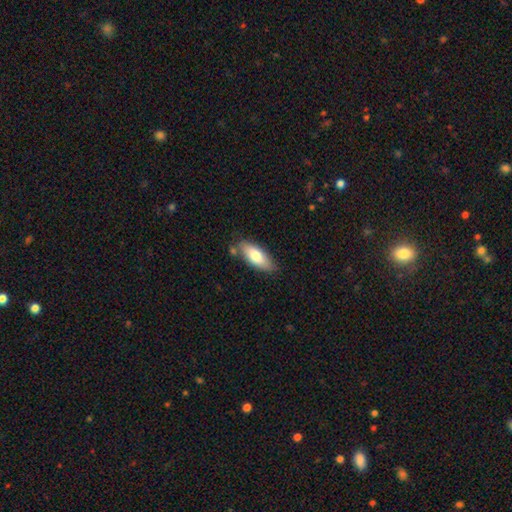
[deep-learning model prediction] This appears to be a smooth galaxy with no disk features (76%) that is in between round and cigar-shaped (78%). Merging: none (75%).